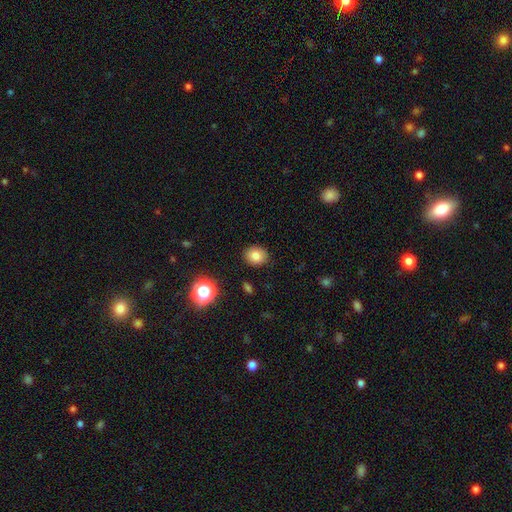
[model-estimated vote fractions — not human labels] Morphology: type=smooth (81%); roundness=round (62%); merging=none (88%).